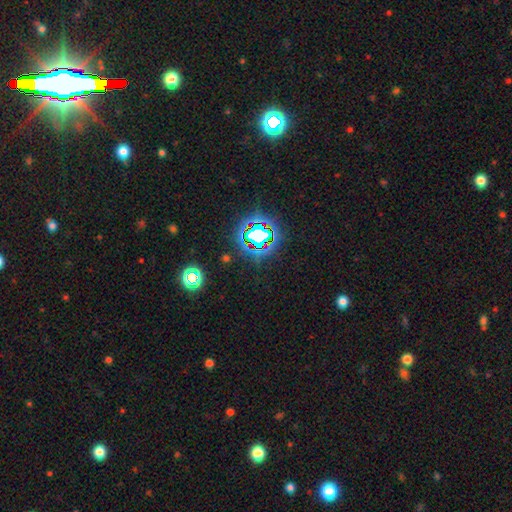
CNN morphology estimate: A star or artifact, not a galaxy (82%).

Vote fractions:
- Smooth or featured? star or artifact: 82% / smooth: 11% / featured or disk: 7%